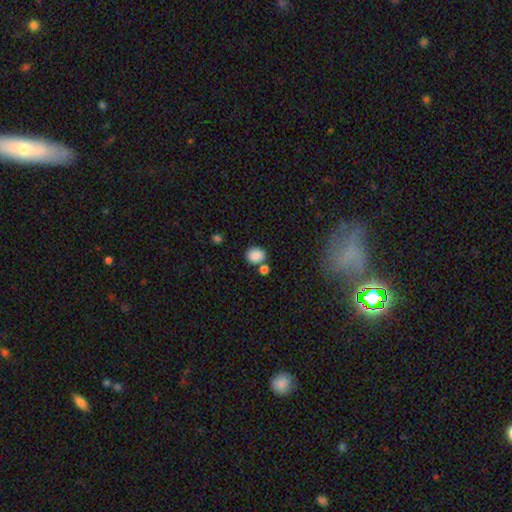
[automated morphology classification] A smooth galaxy with no disk features (86%) that is round (55%).

Vote fractions:
- Smooth or featured? smooth: 86% / star or artifact: 9% / featured or disk: 5%
- How rounded? round: 55% / in between: 44% / cigar-shaped: 1%
- Merging? none: 66% / merger: 18% / minor disturbance: 12% / major disturbance: 4%